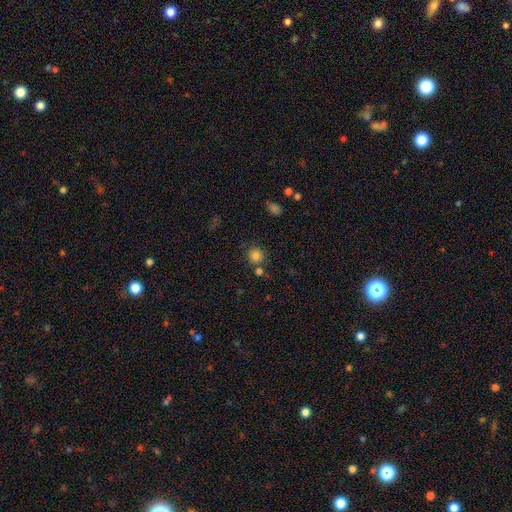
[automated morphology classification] This is clearly a smooth galaxy (81%). How rounded: clearly round (90%). Merging: likely none (76%).